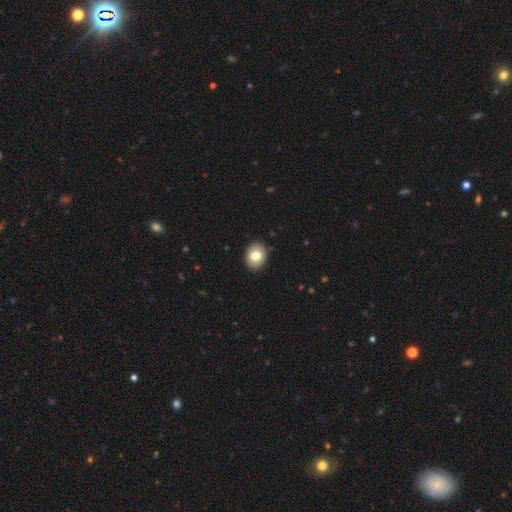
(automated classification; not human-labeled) Smooth or featured: smooth — 80% (featured or disk — 12%)
How rounded: in between — 61% (round — 38%)
Merging: none — 90% (minor disturbance — 7%)